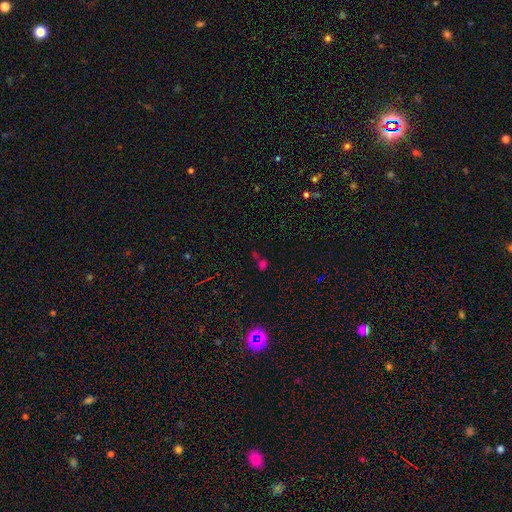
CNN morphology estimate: Smooth or featured? star or artifact (46%)